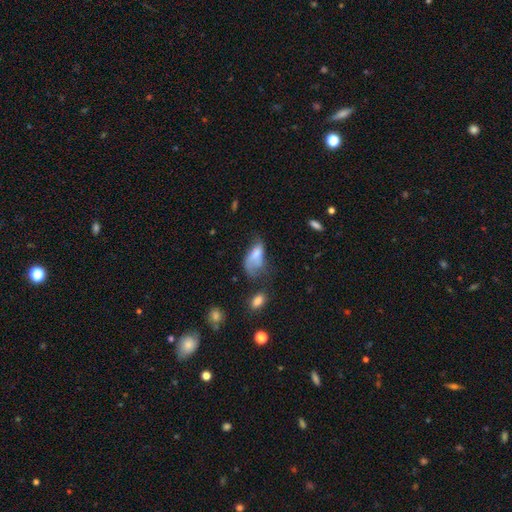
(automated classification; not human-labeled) Smooth or featured? Predicted: smooth (p=0.62). How rounded? Predicted: in between (p=0.89). Merging? Predicted: major disturbance (p=0.44).